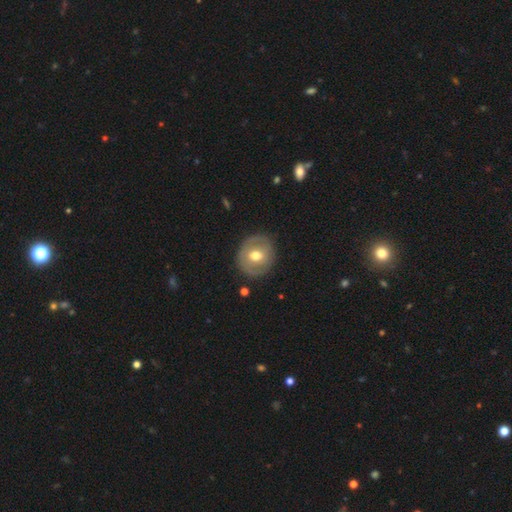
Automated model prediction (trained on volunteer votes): smooth_or_featured: smooth (p=0.49) [alt: featured or disk p=0.45]
merging: none (p=0.84) [alt: minor disturbance p=0.11]